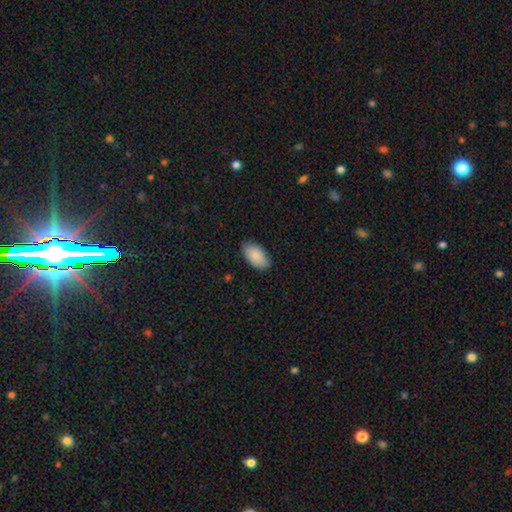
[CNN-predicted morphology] A smooth galaxy with no disk features (87%) that is in between round and cigar-shaped (95%). Merging: none (82%).